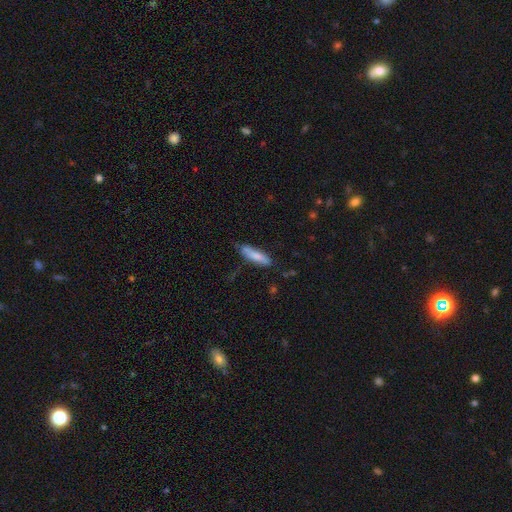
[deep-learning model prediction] Morphology: type=smooth (77%); roundness=cigar-shaped (67%); merging=none (67%).